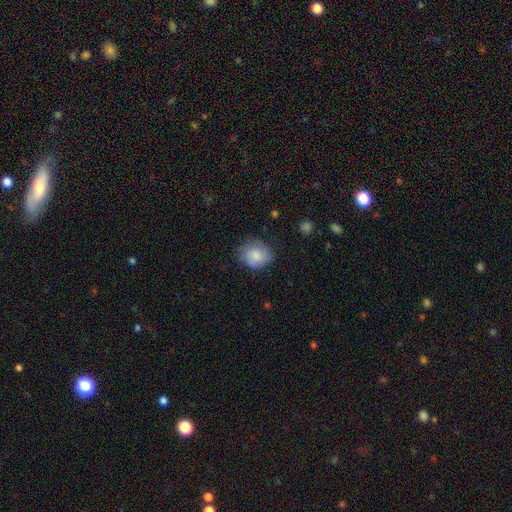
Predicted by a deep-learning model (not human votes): smooth-or-featured: smooth: 76% | featured or disk: 17% | star or artifact: 7%
  how-rounded: round: 66% | in between: 33% | cigar-shaped: 1%
  merging: none: 69% | minor disturbance: 24% | major disturbance: 6% | merger: 1%